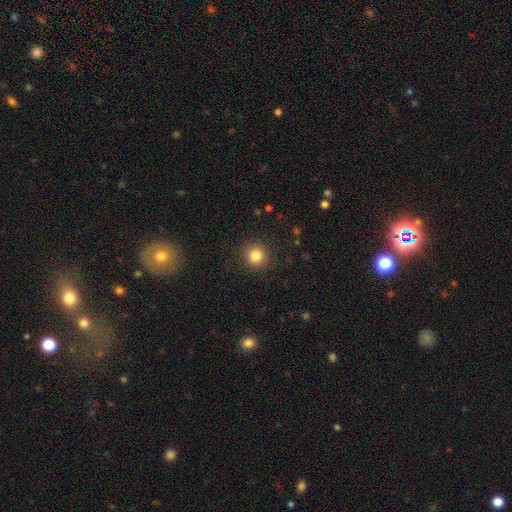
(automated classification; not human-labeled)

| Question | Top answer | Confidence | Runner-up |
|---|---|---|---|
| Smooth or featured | smooth | 83% | star or artifact (11%) |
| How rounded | round | 93% | in between (6%) |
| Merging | none | 90% | minor disturbance (6%) |